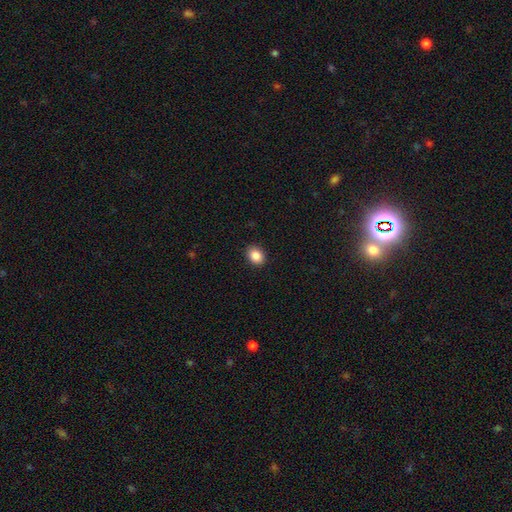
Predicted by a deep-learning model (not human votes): Morphology: type=smooth (88%); roundness=in between (57%); merging=none (90%).